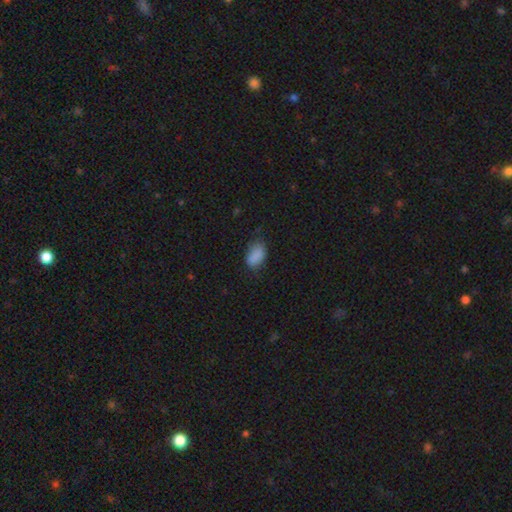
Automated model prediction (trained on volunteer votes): smooth-or-featured: smooth: 85% | star or artifact: 9% | featured or disk: 6%
  how-rounded: in between: 90% | round: 7% | cigar-shaped: 2%
  merging: none: 64% | minor disturbance: 28% | major disturbance: 7% | merger: 2%